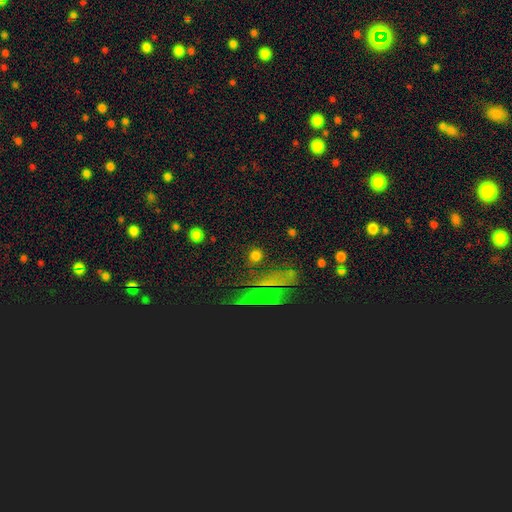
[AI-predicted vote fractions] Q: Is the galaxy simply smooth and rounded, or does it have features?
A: smooth — 72%.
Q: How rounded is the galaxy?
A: round — 86%.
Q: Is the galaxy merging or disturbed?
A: none — 84%.